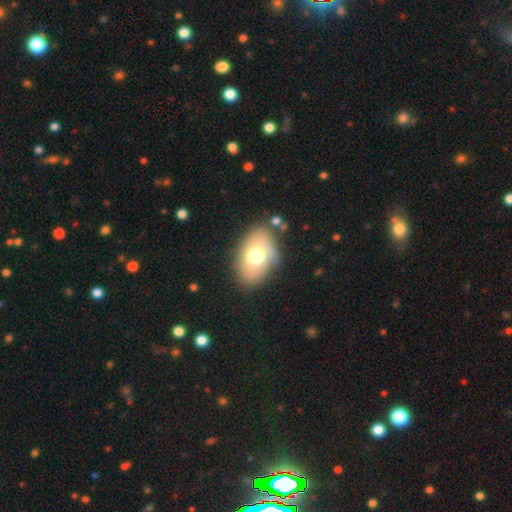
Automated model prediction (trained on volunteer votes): Smooth or featured?
  - smooth: 62% *
  - featured or disk: 29%
  - star or artifact: 9%
How rounded?
  - in between: 81% *
  - round: 17%
  - cigar-shaped: 1%
Merging?
  - none: 65% *
  - minor disturbance: 21%
  - major disturbance: 9%
  - merger: 4%